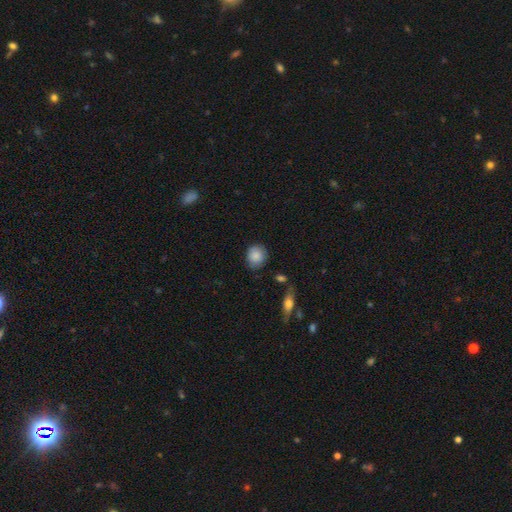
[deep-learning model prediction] Smooth or featured? Predicted: smooth (p=0.86). How rounded? Predicted: round (p=0.73). Merging? Predicted: none (p=0.82).